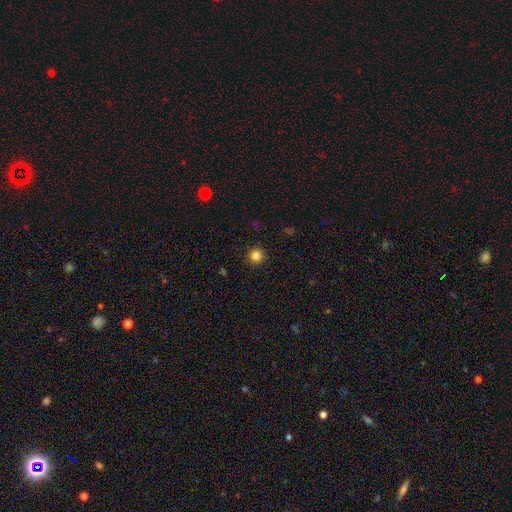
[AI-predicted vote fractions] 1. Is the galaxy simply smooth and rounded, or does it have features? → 84% smooth, 12% star or artifact, 4% featured or disk.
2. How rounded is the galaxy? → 95% round, 4% in between, 1% cigar-shaped.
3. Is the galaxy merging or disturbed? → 93% none, 5% minor disturbance, 2% major disturbance, 1% merger.